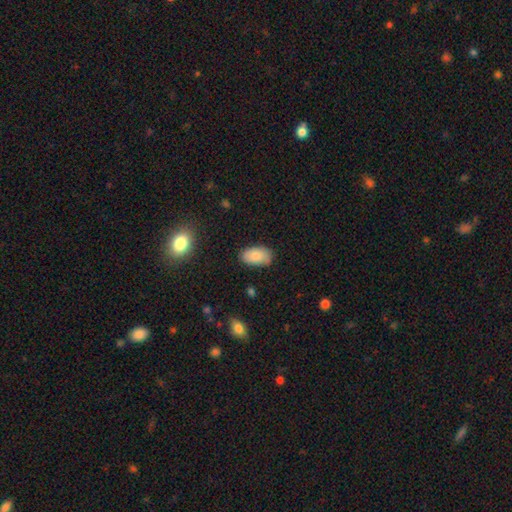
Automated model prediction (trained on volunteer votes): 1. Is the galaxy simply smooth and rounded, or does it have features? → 86% smooth, 7% star or artifact, 7% featured or disk.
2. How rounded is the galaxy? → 94% in between, 4% round, 2% cigar-shaped.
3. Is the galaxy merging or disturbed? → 80% none, 15% minor disturbance, 3% major disturbance, 1% merger.